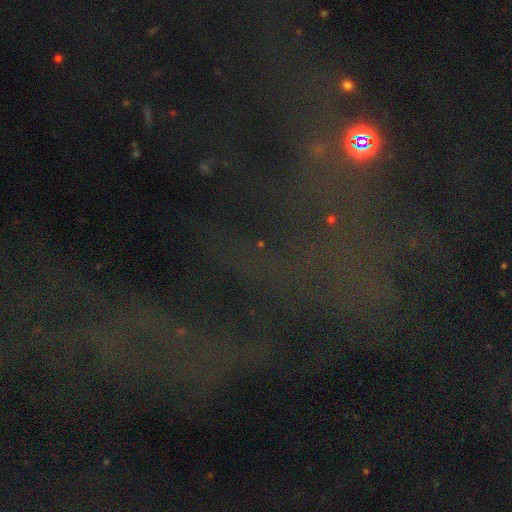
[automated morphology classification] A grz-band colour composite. It shows a star or artifact, not a galaxy (66%).